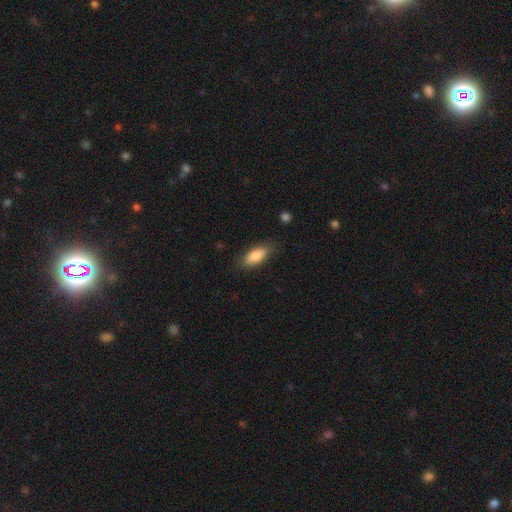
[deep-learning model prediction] smooth 81%, featured or disk 13%, star or artifact 6%. Down the decision tree: how rounded — in between (79%); merging — none (81%).